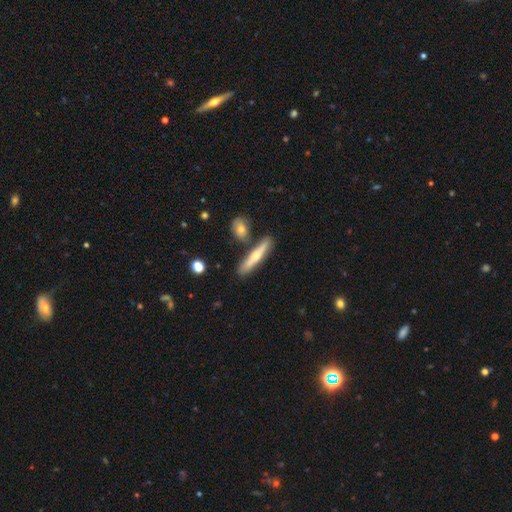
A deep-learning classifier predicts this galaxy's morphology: smooth_or_featured: featured or disk (p=0.49) [alt: smooth p=0.45]
merging: none (p=0.78) [alt: minor disturbance p=0.10]